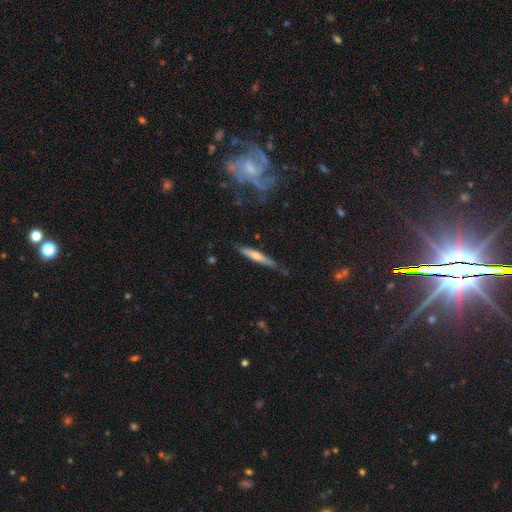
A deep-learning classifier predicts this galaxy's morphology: Overall: smooth (54%; featured or disk 41%). How rounded: cigar-shaped (92%). Merging: none (75%).